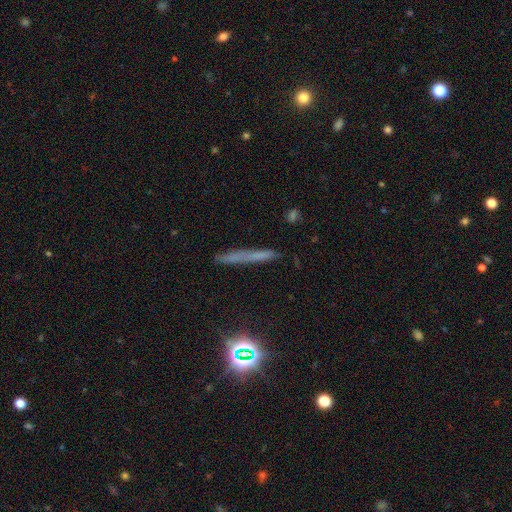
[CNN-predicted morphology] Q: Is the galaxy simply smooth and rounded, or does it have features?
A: smooth — 55%.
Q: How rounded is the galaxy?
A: cigar-shaped — 94%.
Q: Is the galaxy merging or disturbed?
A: none — 79%.